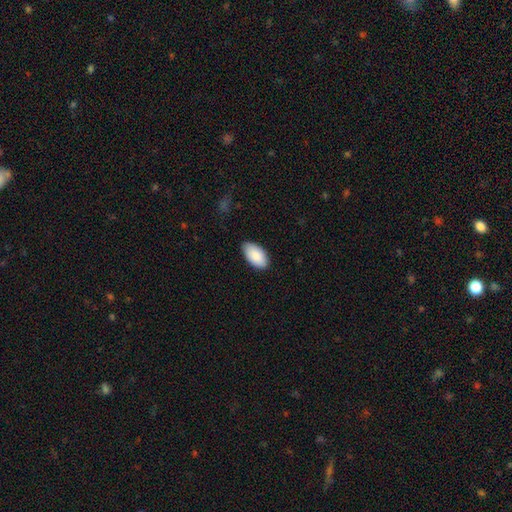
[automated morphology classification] Overall: smooth (88%). How rounded: in between (96%). Merging: none (84%).